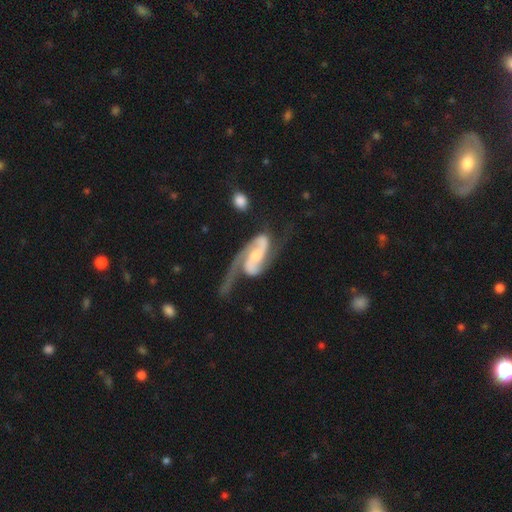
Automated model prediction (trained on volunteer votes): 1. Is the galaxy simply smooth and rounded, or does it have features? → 89% featured or disk, 7% smooth, 4% star or artifact.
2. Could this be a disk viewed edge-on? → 96% no, 4% yes.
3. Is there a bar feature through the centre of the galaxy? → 39% weak, 37% no, 24% strong.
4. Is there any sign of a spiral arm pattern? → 97% yes, 3% no.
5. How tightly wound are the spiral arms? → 44% medium, 39% loose, 17% tight.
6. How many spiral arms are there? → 83% 2, 10% 1, 3% can't tell, 2% 3, 1% 4, 1% more than 4.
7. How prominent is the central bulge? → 45% moderate, 39% small, 7% large, 7% none, 2% dominant.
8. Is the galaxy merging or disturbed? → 37% major disturbance, 36% none, 20% minor disturbance, 7% merger.